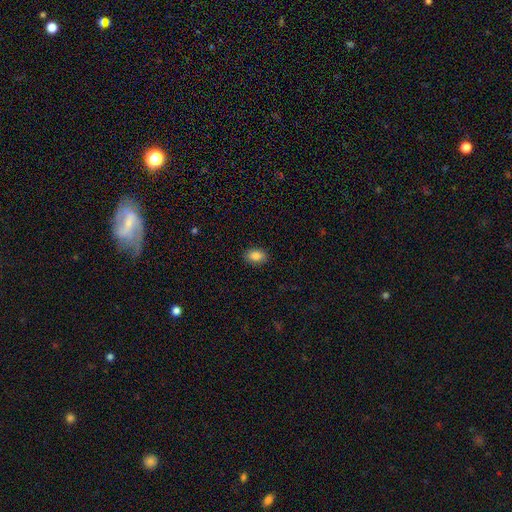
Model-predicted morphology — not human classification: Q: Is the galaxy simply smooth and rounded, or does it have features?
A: smooth — 86%.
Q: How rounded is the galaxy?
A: in between — 86%.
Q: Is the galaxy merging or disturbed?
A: none — 88%.